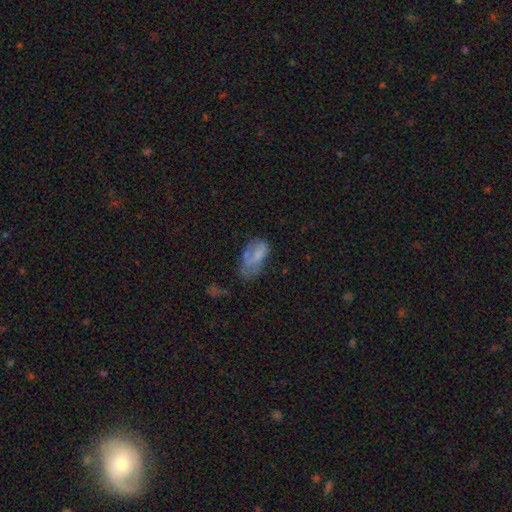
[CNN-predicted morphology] Smooth or featured? smooth (60%)
How rounded? in between (91%)
Merging? none (31%, tied with major disturbance and minor disturbance)